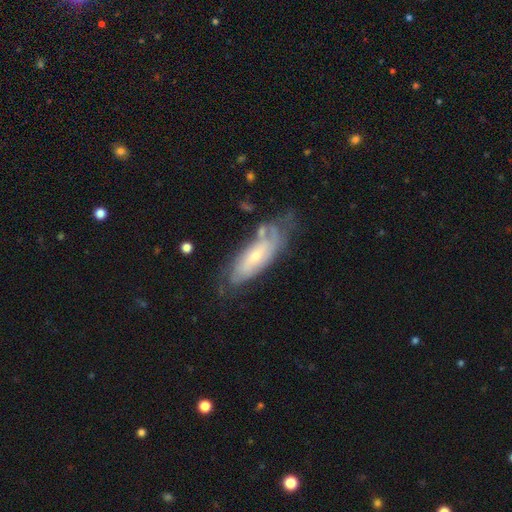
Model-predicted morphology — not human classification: Smooth or featured: featured or disk — 65% (smooth — 29%)
Edge-on disk: no — 81% (yes — 19%)
Bar: no — 67% (weak — 26%)
Spiral arms: yes — 77% (no — 23%)
Bulge size: small — 60% (moderate — 35%)
Merging: none — 53% (minor disturbance — 27%)